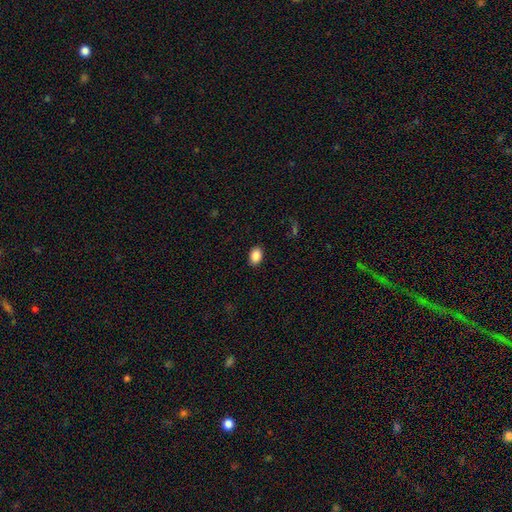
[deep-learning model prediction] smooth_or_featured: smooth (p=0.88) [alt: star or artifact p=0.08]
how_rounded: in between (p=0.80) [alt: round p=0.19]
merging: none (p=0.89) [alt: minor disturbance p=0.08]